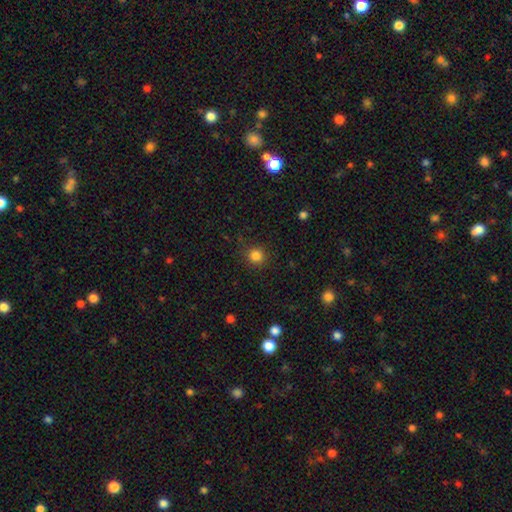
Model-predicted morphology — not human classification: type=smooth (84%); roundness=round (93%); merging=none (88%).